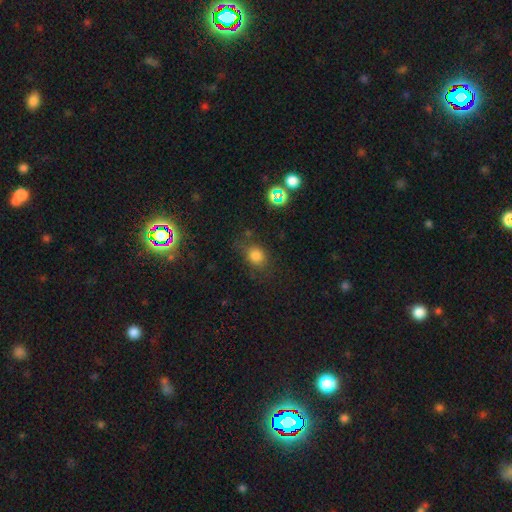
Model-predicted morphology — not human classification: Q: Smooth or featured?
A: smooth (75%); runner-up: star or artifact (16%)
Q: How rounded?
A: round (61%); runner-up: in between (38%)
Q: Merging?
A: none (67%); runner-up: minor disturbance (20%)